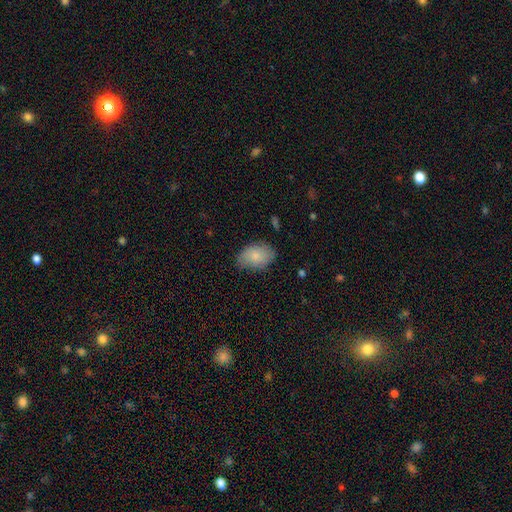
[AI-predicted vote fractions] smooth_or_featured: smooth (p=0.82) [alt: featured or disk p=0.12]
how_rounded: in between (p=0.87) [alt: round p=0.12]
merging: none (p=0.76) [alt: minor disturbance p=0.19]